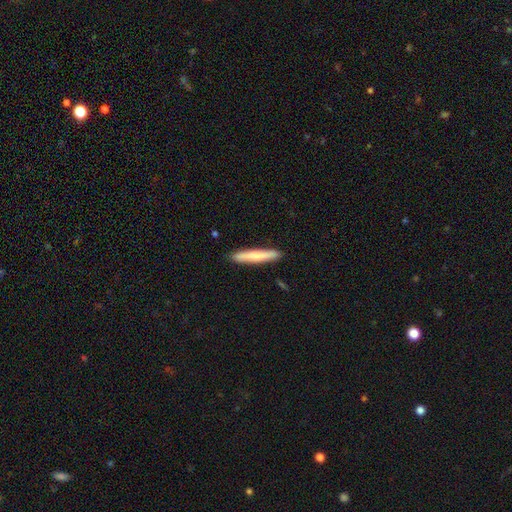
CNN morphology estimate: The model was most divided on "smooth or featured": smooth: 72%, featured or disk: 23%, star or artifact: 5%. More confident: how rounded — cigar-shaped (94%); merging — none (90%).